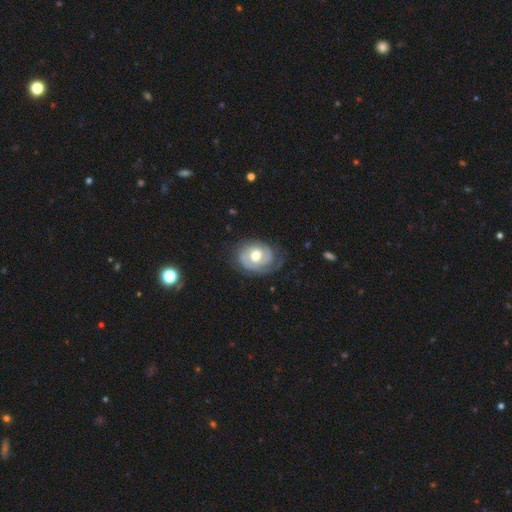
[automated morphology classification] Smooth or featured?
  - featured or disk: 77% *
  - smooth: 18%
  - star or artifact: 5%
Edge-on disk?
  - no: 97% *
  - yes: 3%
Bar?
  - no: 66% *
  - weak: 27%
  - strong: 6%
Spiral arms?
  - yes: 88% *
  - no: 12%
Spiral winding?
  - tight: 61% *
  - medium: 28%
  - loose: 11%
Spiral arm count?
  - 2: 44% *
  - 1: 29%
  - can't tell: 18%
  - 3: 6%
  - 4: 2%
  - more than 4: 2%
Bulge size?
  - moderate: 74% *
  - large: 16%
  - small: 8%
  - dominant: 1%
  - none: 1%
Merging?
  - none: 64% *
  - minor disturbance: 23%
  - major disturbance: 12%
  - merger: 1%